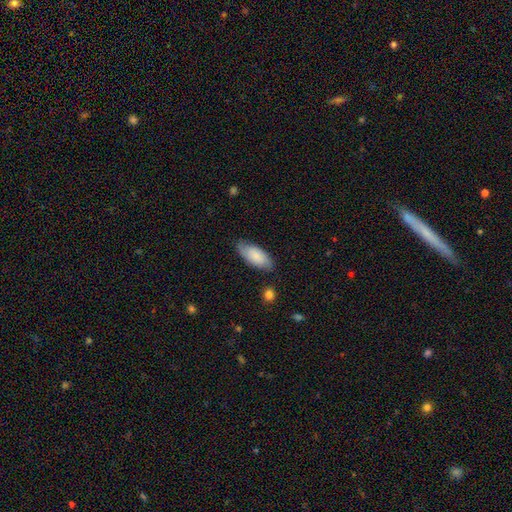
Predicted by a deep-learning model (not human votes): A smooth galaxy with no disk features (79%) that is in between round and cigar-shaped (88%).

Vote fractions:
- Smooth or featured? smooth: 79% / featured or disk: 16% / star or artifact: 6%
- How rounded? in between: 88% / cigar-shaped: 10% / round: 2%
- Merging? none: 77% / minor disturbance: 18% / major disturbance: 3% / merger: 2%